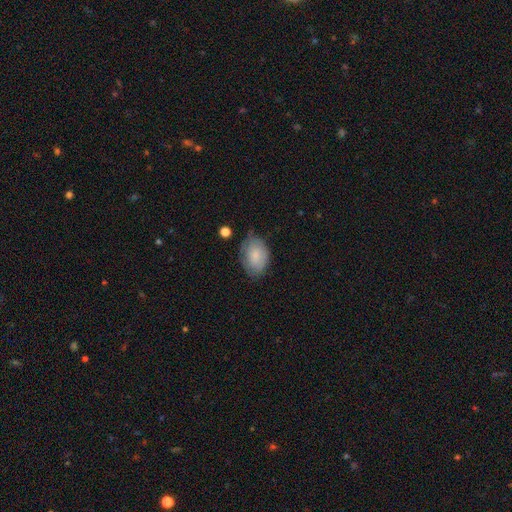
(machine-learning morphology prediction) smooth 74%, featured or disk 19%, star or artifact 7%. Down the decision tree: how rounded — in between (85%); merging — none (60%).